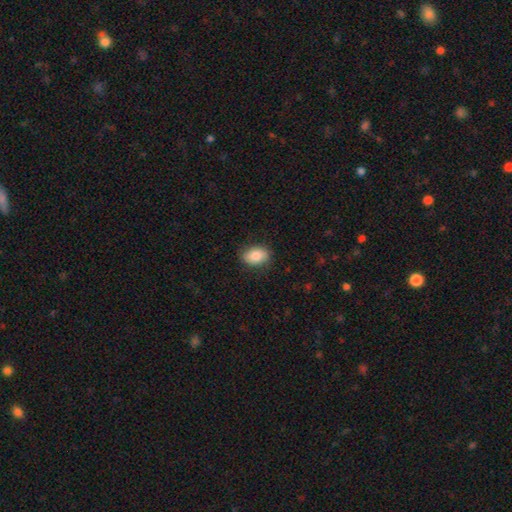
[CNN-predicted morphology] Smooth or featured: smooth — 86% (star or artifact — 7%)
How rounded: in between — 79% (round — 20%)
Merging: none — 85% (minor disturbance — 12%)